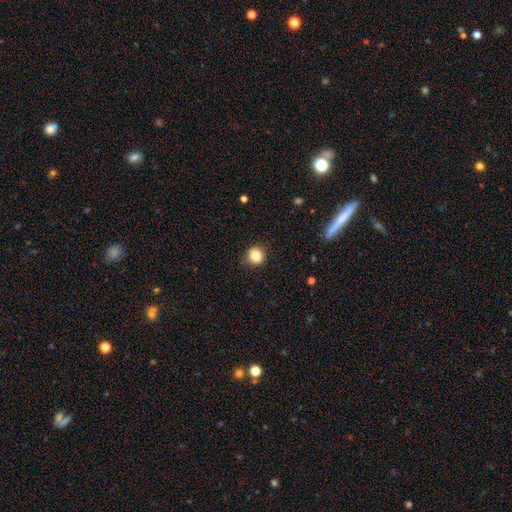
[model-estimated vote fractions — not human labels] smooth-or-featured: smooth: 85% | star or artifact: 10% | featured or disk: 5%
  how-rounded: round: 85% | in between: 14% | cigar-shaped: 1%
  merging: none: 85% | minor disturbance: 11% | major disturbance: 3% | merger: 1%